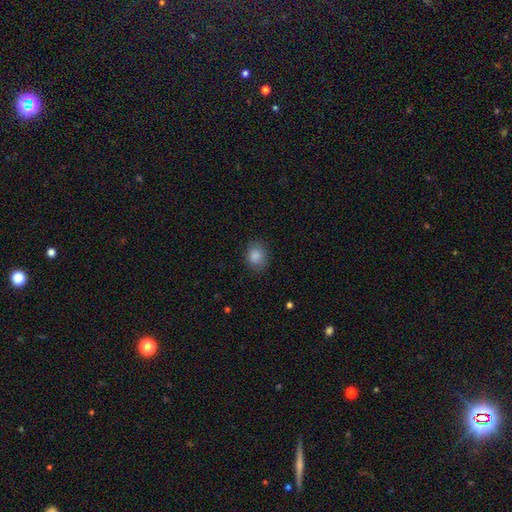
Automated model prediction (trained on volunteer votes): smooth 87%, star or artifact 9%, featured or disk 4%. Down the decision tree: how rounded — round (56%); merging — none (82%).